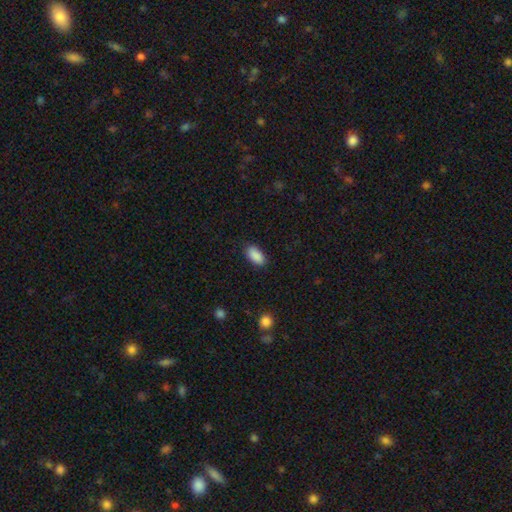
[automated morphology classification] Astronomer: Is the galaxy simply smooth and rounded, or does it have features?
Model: smooth — 90%.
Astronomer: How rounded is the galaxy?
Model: in between — 93%.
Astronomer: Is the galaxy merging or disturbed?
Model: none — 86%.